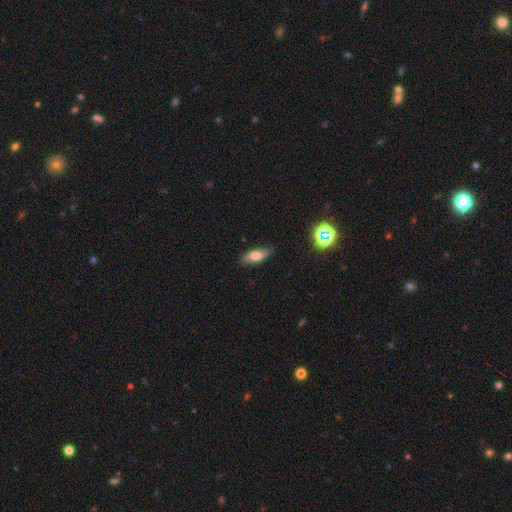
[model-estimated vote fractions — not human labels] A smooth galaxy with no disk features (66%) that is in between round and cigar-shaped (68%).

Vote fractions:
- Smooth or featured? smooth: 66% / featured or disk: 25% / star or artifact: 9%
- How rounded? in between: 68% / cigar-shaped: 28% / round: 4%
- Merging? none: 82% / minor disturbance: 14% / major disturbance: 3% / merger: 1%